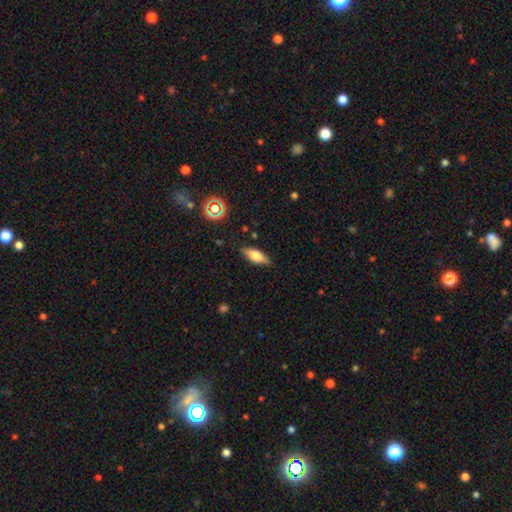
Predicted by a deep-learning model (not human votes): Smooth or featured: smooth — 68% (featured or disk — 24%)
How rounded: in between — 70% (cigar-shaped — 27%)
Merging: none — 84% (minor disturbance — 12%)